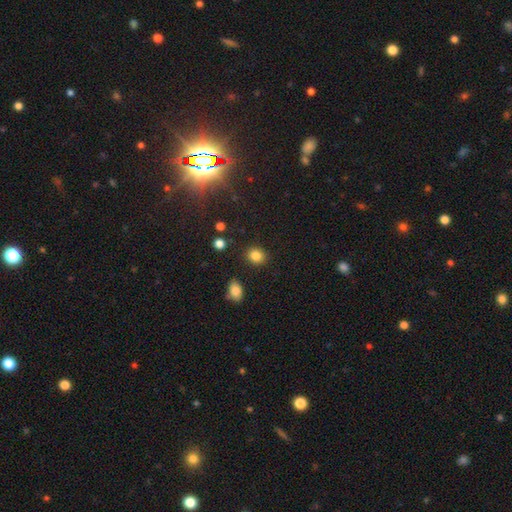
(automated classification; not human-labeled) smooth-or-featured: smooth: 85% | star or artifact: 11% | featured or disk: 5%
  how-rounded: round: 71% | in between: 28% | cigar-shaped: 1%
  merging: none: 87% | minor disturbance: 8% | major disturbance: 3% | merger: 2%